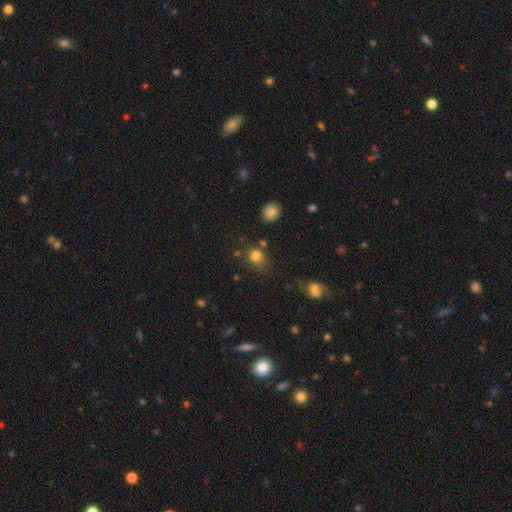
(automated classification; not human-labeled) This is likely a smooth galaxy (80%). How rounded: likely round (68%). Merging: likely none (66%).